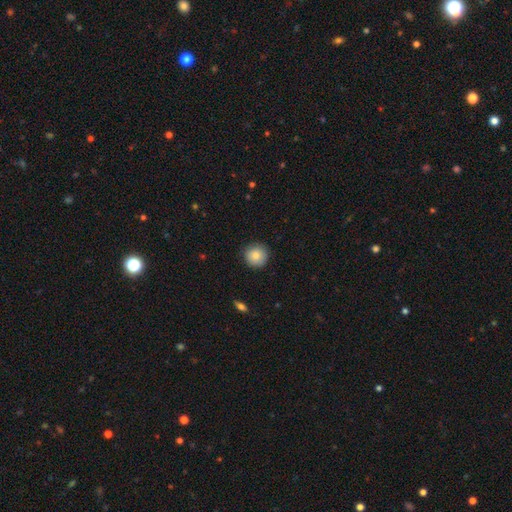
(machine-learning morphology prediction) smooth-or-featured: smooth: 83% | featured or disk: 9% | star or artifact: 8%
  how-rounded: round: 95% | in between: 5% | cigar-shaped: 1%
  merging: none: 88% | minor disturbance: 9% | major disturbance: 2% | merger: 1%